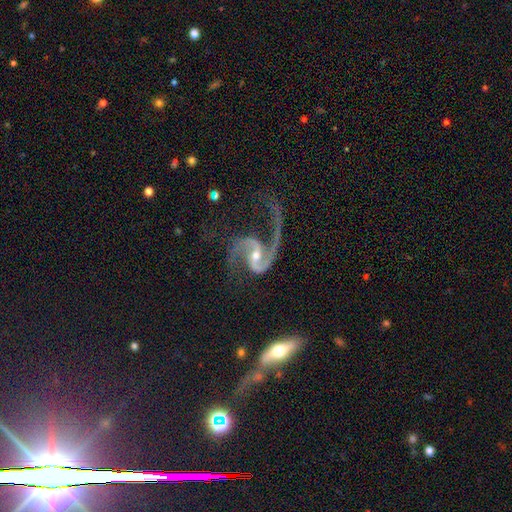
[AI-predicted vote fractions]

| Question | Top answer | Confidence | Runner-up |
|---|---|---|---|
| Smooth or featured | featured or disk | 93% | star or artifact (5%) |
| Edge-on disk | no | 98% | yes (2%) |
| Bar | weak | 44% | strong (31%) |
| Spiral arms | yes | 98% | no (2%) |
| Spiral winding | loose | 54% | medium (39%) |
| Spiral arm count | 2 | 89% | 1 (5%) |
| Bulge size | moderate | 48% | small (47%) |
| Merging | none | 54% | major disturbance (26%) |